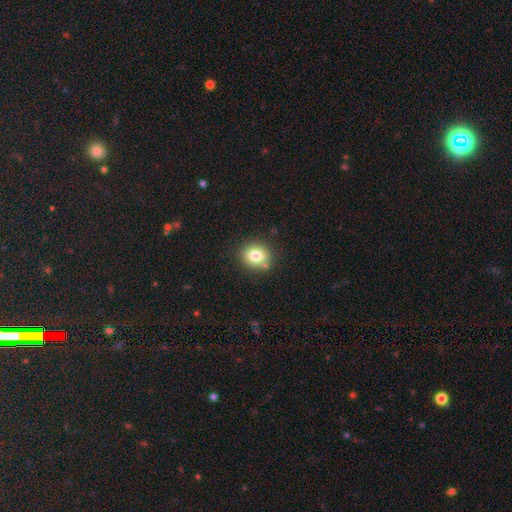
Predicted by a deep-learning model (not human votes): This appears to be a smooth galaxy with no disk features (79%) that is round (76%). Merging: none (81%).